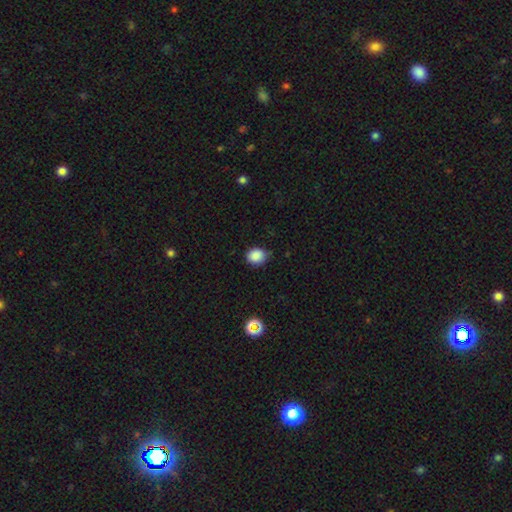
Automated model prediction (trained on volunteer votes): Smooth or featured: smooth — 86% (star or artifact — 10%)
How rounded: round — 70% (in between — 29%)
Merging: none — 68% (minor disturbance — 26%)